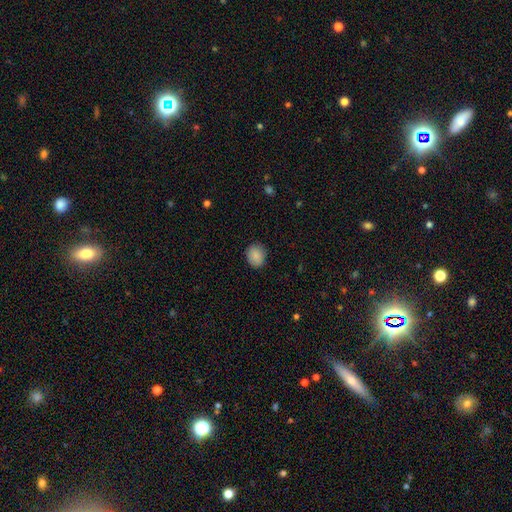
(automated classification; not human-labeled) A smooth galaxy with no disk features (88%) that is round (56%). Merging: none (86%).